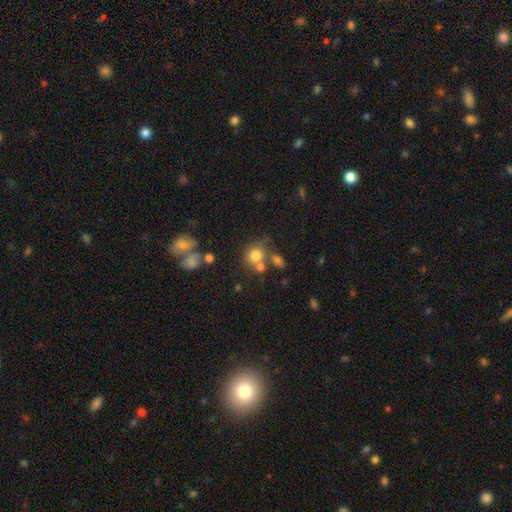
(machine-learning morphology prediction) Smooth or featured?
  - smooth: 77% *
  - star or artifact: 12%
  - featured or disk: 11%
How rounded?
  - round: 76% *
  - in between: 23%
  - cigar-shaped: 1%
Merging?
  - none: 51% *
  - merger: 27%
  - minor disturbance: 14%
  - major disturbance: 8%